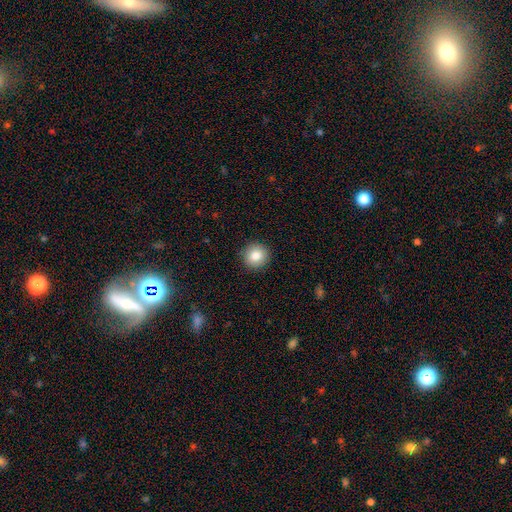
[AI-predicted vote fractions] This appears to be a smooth galaxy with no disk features (83%) that is round (92%). Merging: none (91%).